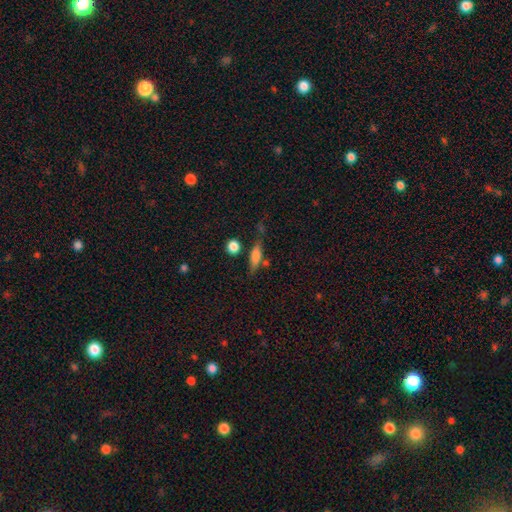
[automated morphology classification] Smooth or featured? Predicted: smooth (p=0.65). How rounded? Predicted: cigar-shaped (p=0.51). Merging? Predicted: none (p=0.63).